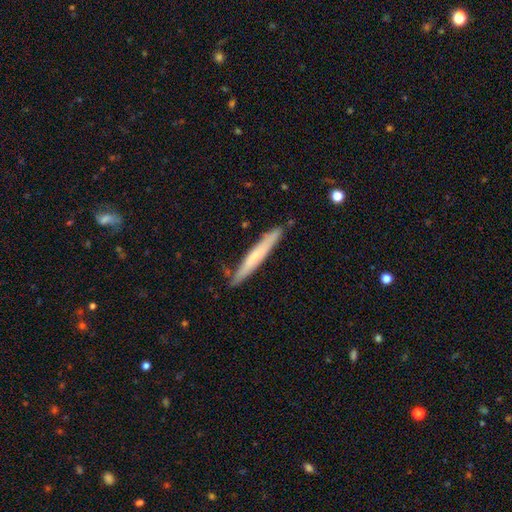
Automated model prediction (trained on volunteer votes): The model was most divided on "smooth or featured": smooth: 54%, featured or disk: 41%, star or artifact: 6%. More confident: how rounded — cigar-shaped (96%); merging — none (84%).